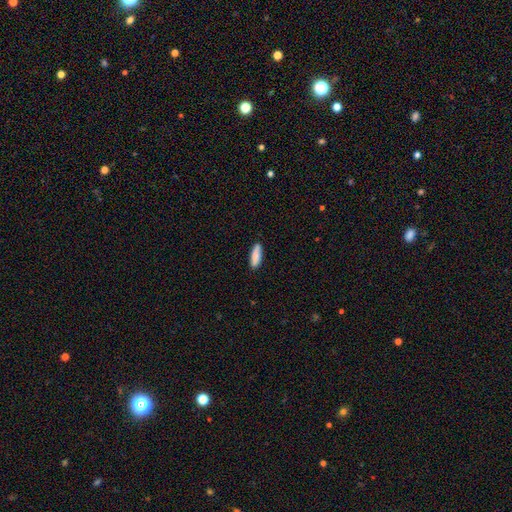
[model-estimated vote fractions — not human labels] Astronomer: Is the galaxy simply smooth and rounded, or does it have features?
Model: smooth — 86%.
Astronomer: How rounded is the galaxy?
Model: in between — 49%, tied with cigar-shaped at 49%.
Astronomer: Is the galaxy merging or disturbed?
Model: none — 88%.